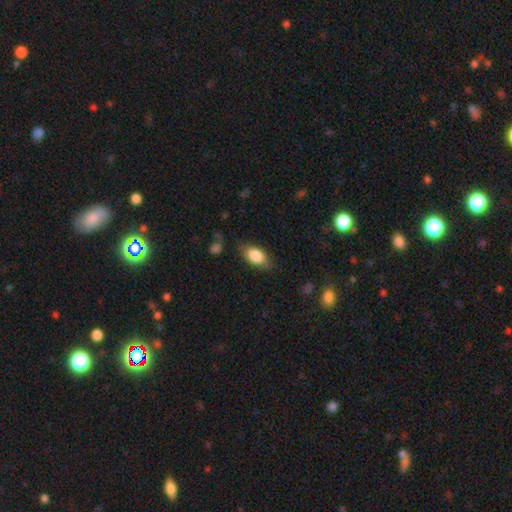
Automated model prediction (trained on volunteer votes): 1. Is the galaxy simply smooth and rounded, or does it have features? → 83% smooth, 10% featured or disk, 7% star or artifact.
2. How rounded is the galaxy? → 90% in between, 6% round, 4% cigar-shaped.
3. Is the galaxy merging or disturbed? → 76% none, 17% minor disturbance, 5% major disturbance, 2% merger.